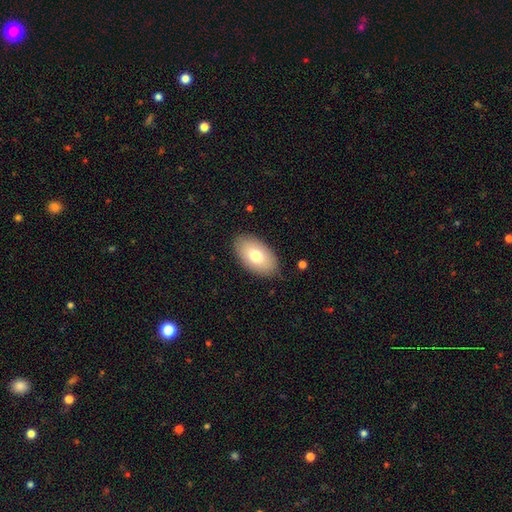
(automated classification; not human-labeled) smooth-or-featured: smooth: 74% | featured or disk: 19% | star or artifact: 7%
  how-rounded: in between: 94% | round: 4% | cigar-shaped: 1%
  merging: none: 84% | minor disturbance: 12% | major disturbance: 3% | merger: 1%